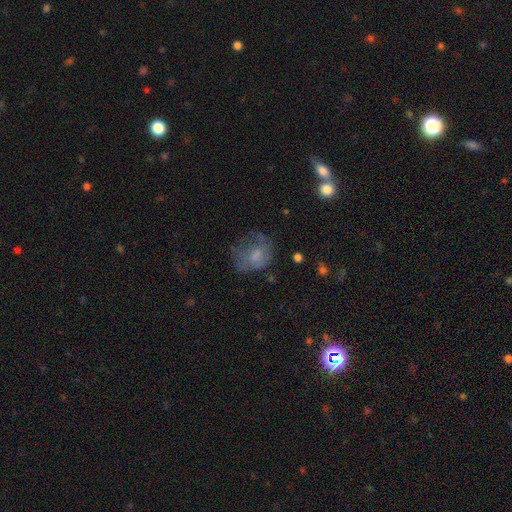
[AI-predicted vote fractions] Smooth or featured: smooth — 54% (featured or disk — 34%)
How rounded: round — 54% (in between — 45%)
Merging: none — 42% (major disturbance — 30%)